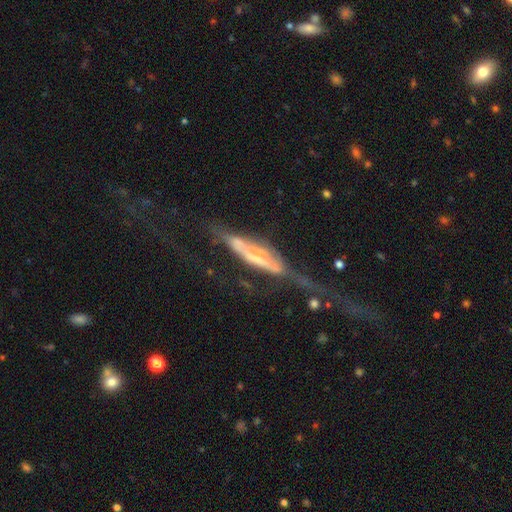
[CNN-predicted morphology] Smooth or featured: featured or disk — 68% (smooth — 22%)
Edge-on disk: yes — 66% (no — 34%)
Merging: major disturbance — 53% (none — 21%)